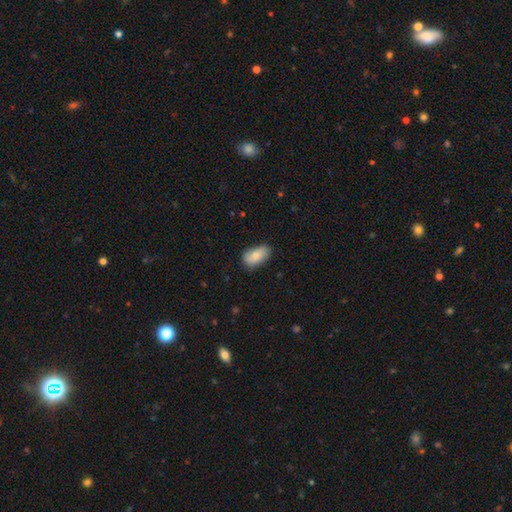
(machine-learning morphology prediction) Smooth or featured? Predicted: smooth (p=0.81). How rounded? Predicted: in between (p=0.93). Merging? Predicted: none (p=0.70).